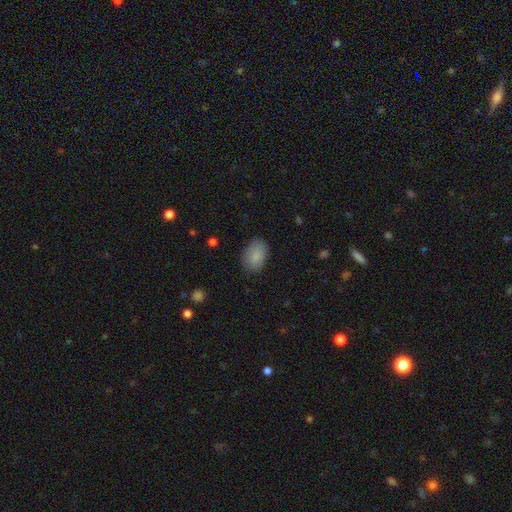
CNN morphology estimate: Smooth or featured? smooth (87%)
How rounded? in between (85%)
Merging? none (80%)